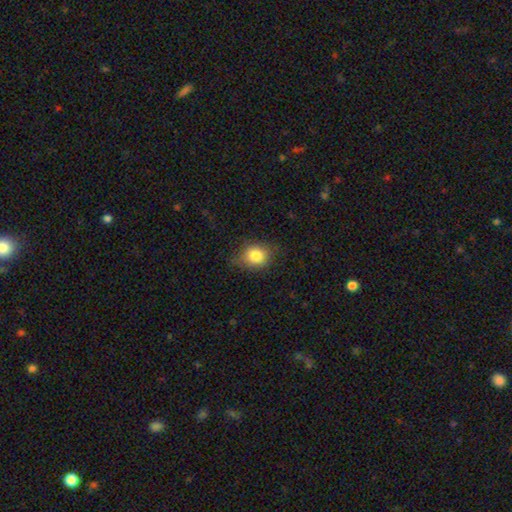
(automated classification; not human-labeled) Smooth or featured?
  - smooth: 80% *
  - featured or disk: 10%
  - star or artifact: 10%
How rounded?
  - round: 54% *
  - in between: 45%
  - cigar-shaped: 1%
Merging?
  - none: 70% *
  - minor disturbance: 23%
  - major disturbance: 6%
  - merger: 1%